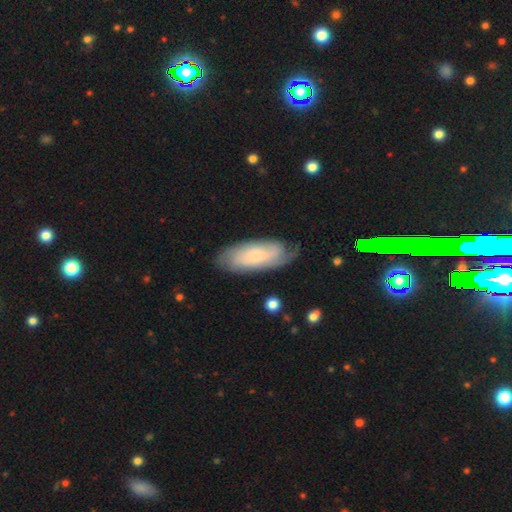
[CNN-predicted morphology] This appears to be a featured or disk galaxy (59%) with no bar (72%), spiral arms (90%) and a small central bulge (54%). Merging: none (73%).